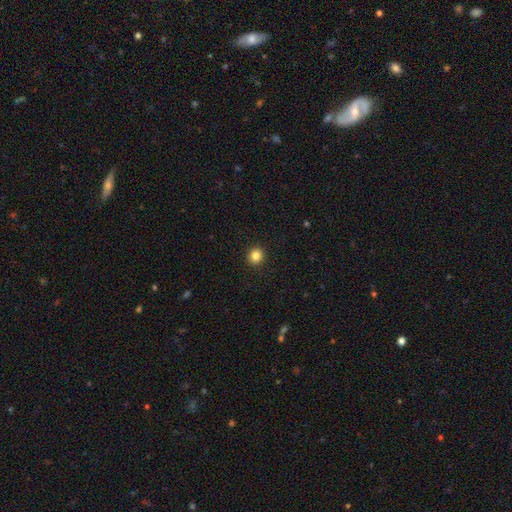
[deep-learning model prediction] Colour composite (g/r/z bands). It shows a smooth galaxy with no disk features (84%) that is round (91%). Merging: none (93%).